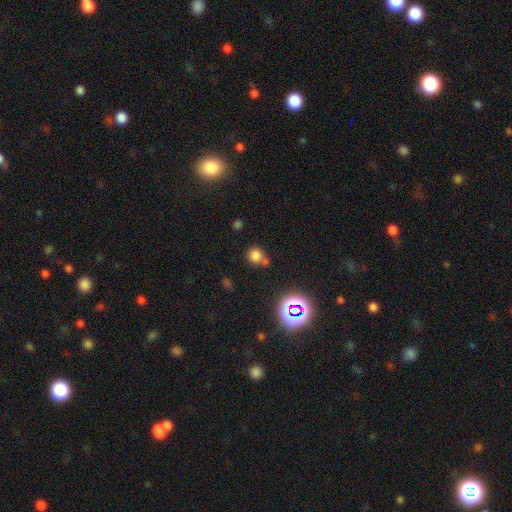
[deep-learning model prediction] Q: Smooth or featured?
A: smooth (73%); runner-up: star or artifact (20%)
Q: How rounded?
A: round (87%); runner-up: in between (12%)
Q: Merging?
A: none (61%); runner-up: merger (22%)